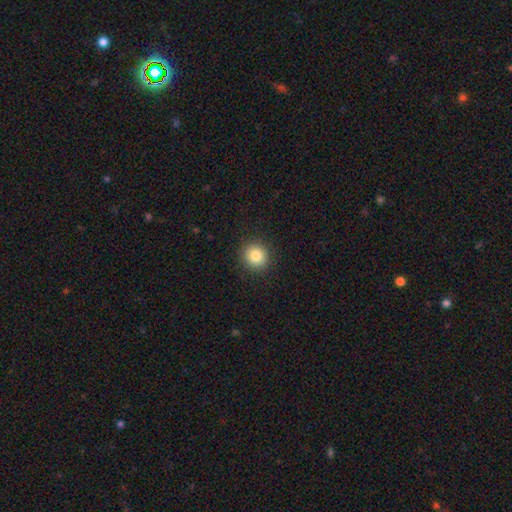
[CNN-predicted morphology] smooth 83%, star or artifact 10%, featured or disk 7%. Down the decision tree: how rounded — round (91%); merging — none (91%).